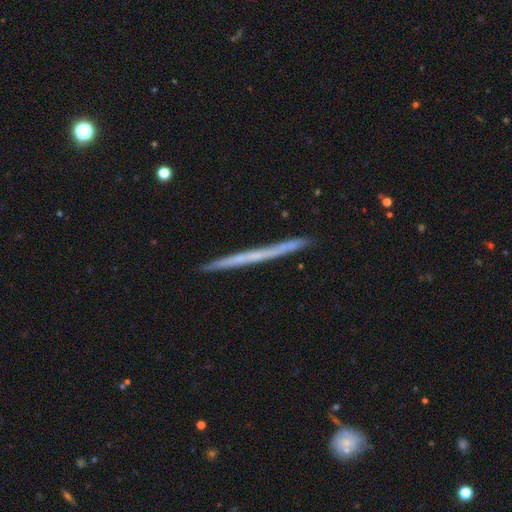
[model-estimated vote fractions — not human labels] A featured or disk galaxy (58%) viewed edge-on (97%) with no central bulge (91%). Merging: none (91%).